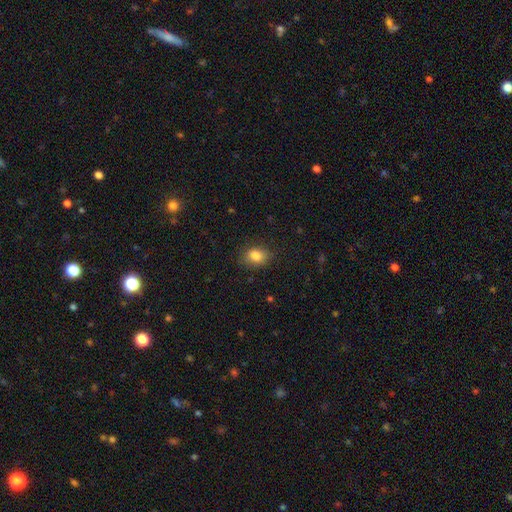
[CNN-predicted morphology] Overall: smooth (83%). How rounded: in between (65%; round 34%). Merging: none (81%).